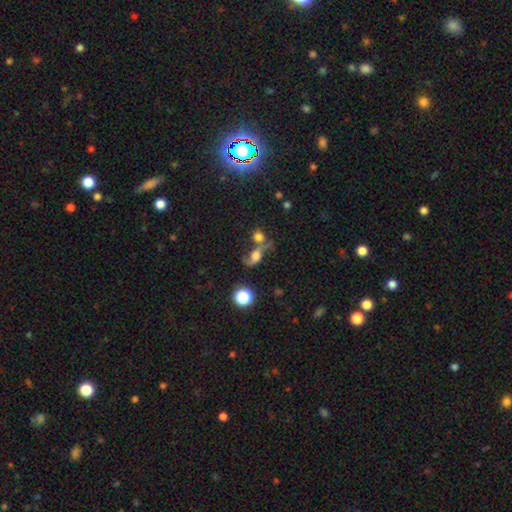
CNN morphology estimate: Q: Smooth or featured?
A: featured or disk (51%); runner-up: smooth (32%)
Q: Edge-on disk?
A: no (93%); runner-up: yes (7%)
Q: Merging?
A: merger (39%); runner-up: none (32%)